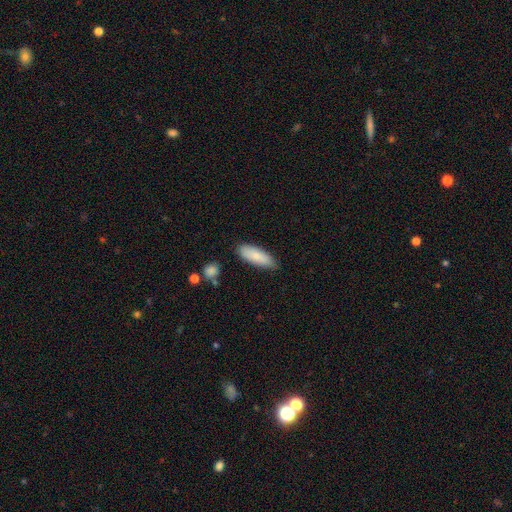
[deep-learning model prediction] Q: Smooth or featured?
A: smooth (82%); runner-up: featured or disk (12%)
Q: How rounded?
A: in between (64%); runner-up: cigar-shaped (34%)
Q: Merging?
A: none (80%); runner-up: minor disturbance (15%)